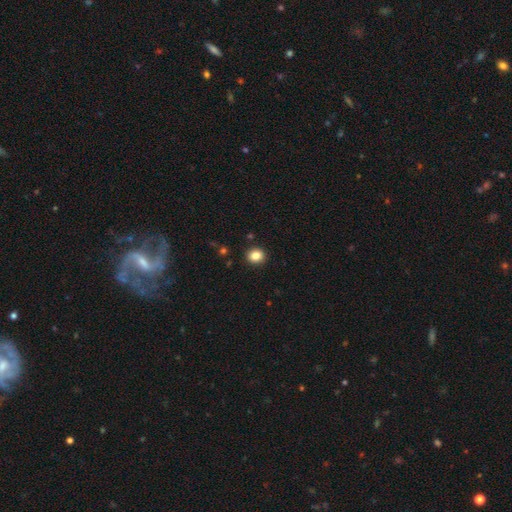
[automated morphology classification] Smooth or featured? smooth (85%)
How rounded? round (75%)
Merging? none (92%)